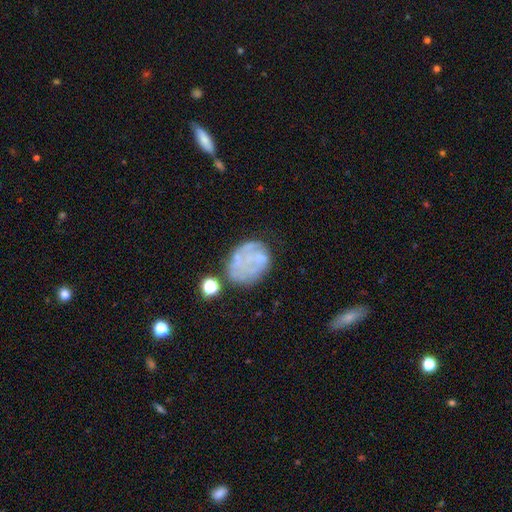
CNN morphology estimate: Smooth or featured? featured or disk (53%)
Edge-on disk? no (98%)
Bar? no (89%)
Spiral arms? no (74%)
Bulge size? none (73%)
Merging? none (49%)